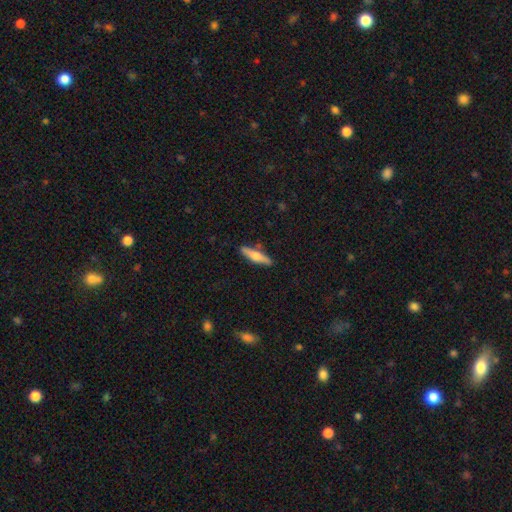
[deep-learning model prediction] Smooth or featured: smooth — 53% (featured or disk — 42%)
How rounded: cigar-shaped — 78% (in between — 20%)
Merging: none — 85% (minor disturbance — 10%)